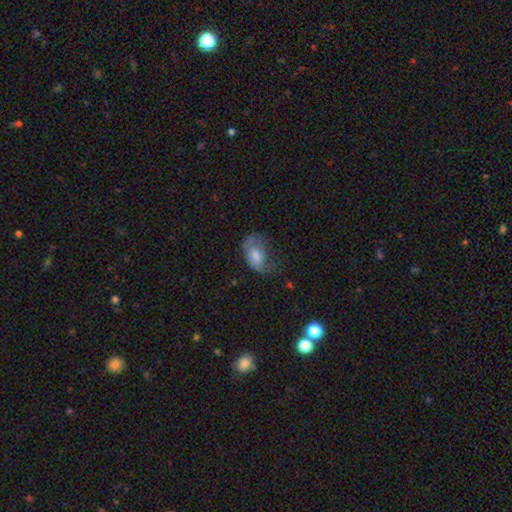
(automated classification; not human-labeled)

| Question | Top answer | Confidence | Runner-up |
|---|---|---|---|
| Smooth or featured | smooth | 51% | featured or disk (39%) |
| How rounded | in between | 83% | round (15%) |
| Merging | major disturbance | 35% | none (32%) |